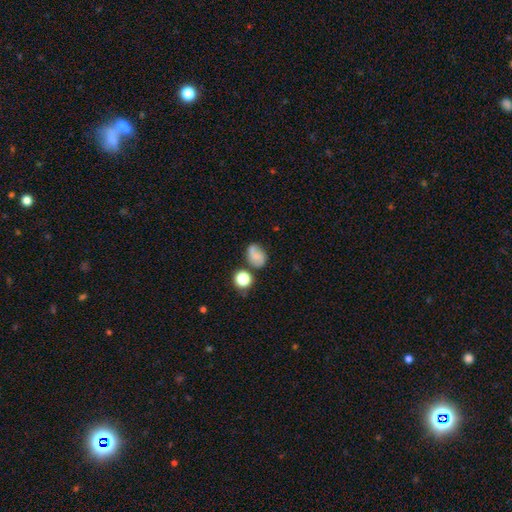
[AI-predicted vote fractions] Overall: smooth (60%; featured or disk 27%). How rounded: in between (62%; round 37%). Merging: none (58%; minor disturbance 22%).